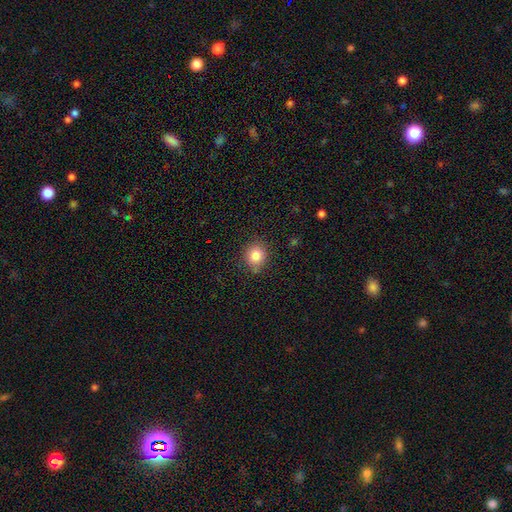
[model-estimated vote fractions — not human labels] Smooth or featured: smooth — 82% (star or artifact — 11%)
How rounded: round — 80% (in between — 19%)
Merging: none — 82% (minor disturbance — 14%)